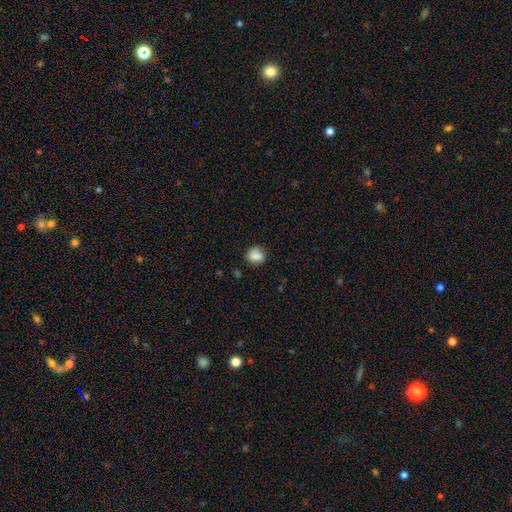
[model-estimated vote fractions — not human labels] This appears to be a smooth galaxy with no disk features (84%) that is round (65%). Merging: none (75%).